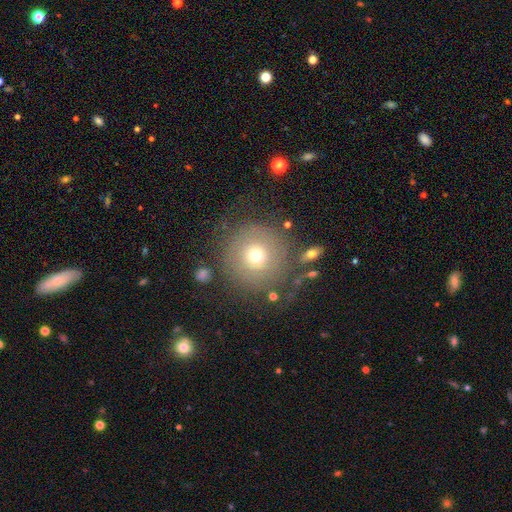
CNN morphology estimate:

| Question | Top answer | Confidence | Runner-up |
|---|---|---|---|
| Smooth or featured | smooth | 65% | featured or disk (22%) |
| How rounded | round | 94% | in between (5%) |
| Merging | none | 73% | minor disturbance (13%) |